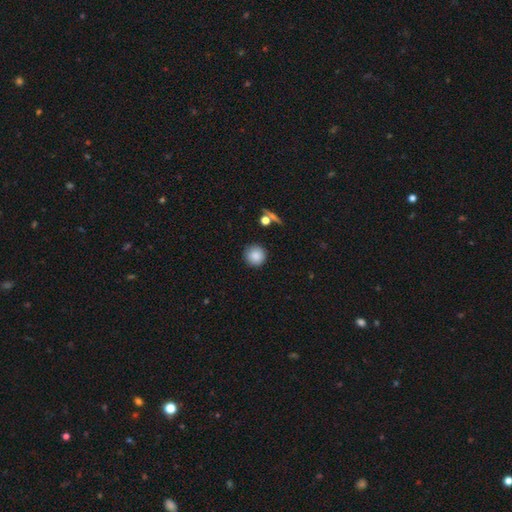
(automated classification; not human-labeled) smooth_or_featured: smooth (p=0.85) [alt: star or artifact p=0.10]
how_rounded: round (p=0.95) [alt: in between p=0.04]
merging: none (p=0.89) [alt: minor disturbance p=0.07]